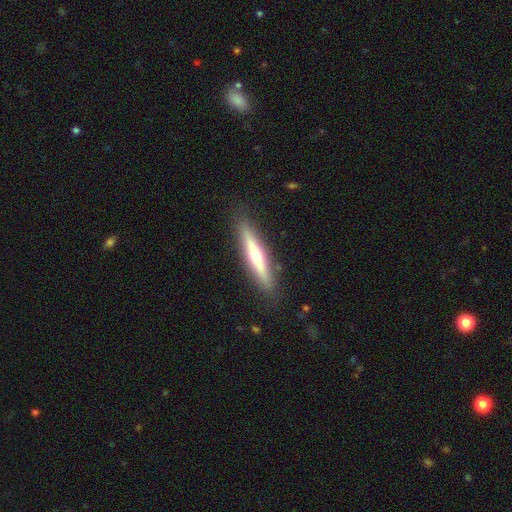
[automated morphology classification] Overall: featured or disk (55%; smooth 39%). Edge-on disk: yes (93%). Edge-on bulge: rounded (81%). Merging: none (88%).